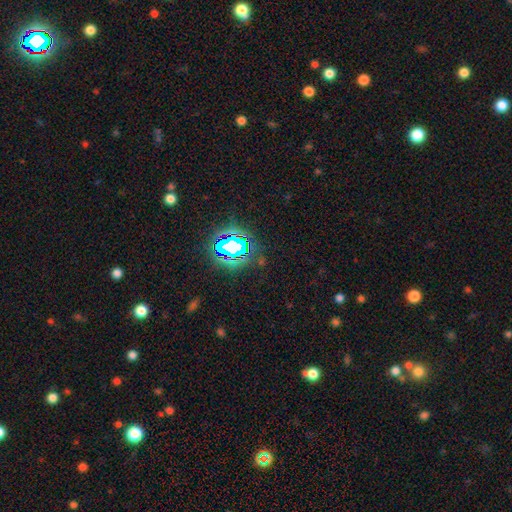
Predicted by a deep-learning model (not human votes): This is likely a star or artifact rather than a galaxy (78%).